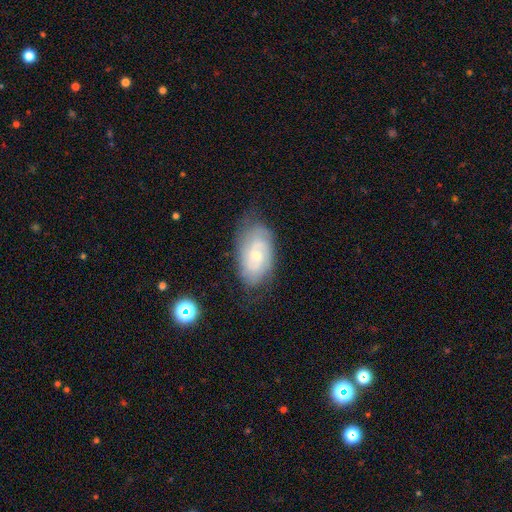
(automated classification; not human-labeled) Q: Smooth or featured?
A: featured or disk (71%); runner-up: smooth (22%)
Q: Edge-on disk?
A: no (95%); runner-up: yes (5%)
Q: Bar?
A: no (63%); runner-up: weak (33%)
Q: Spiral arms?
A: yes (90%); runner-up: no (10%)
Q: Spiral winding?
A: tight (56%); runner-up: medium (34%)
Q: Spiral arm count?
A: 2 (43%); runner-up: can't tell (37%)
Q: Bulge size?
A: small (60%); runner-up: moderate (35%)
Q: Merging?
A: none (67%); runner-up: minor disturbance (24%)